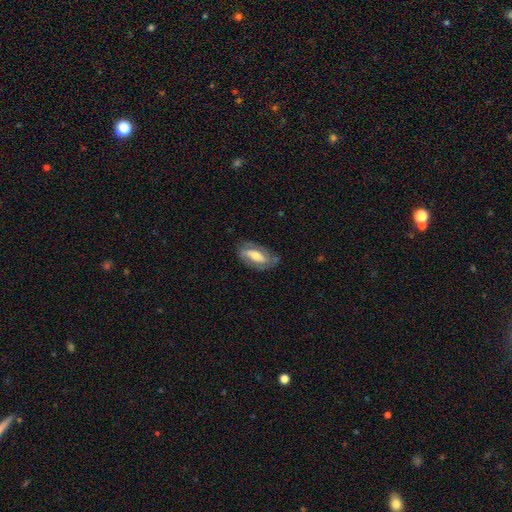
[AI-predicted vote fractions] A featured or disk galaxy (57%). Merging: none (70%).